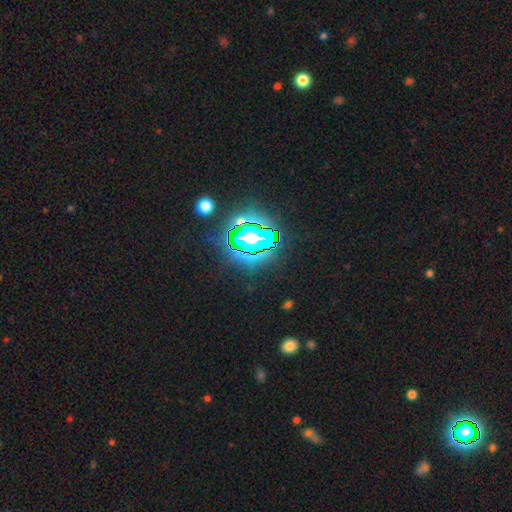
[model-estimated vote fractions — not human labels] smooth-or-featured: star or artifact: 67% | smooth: 18% | featured or disk: 15%